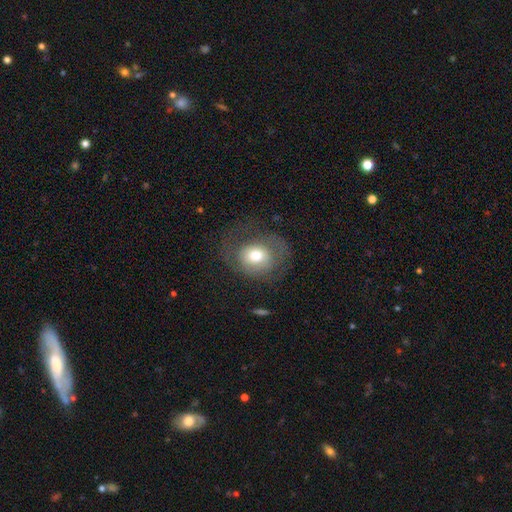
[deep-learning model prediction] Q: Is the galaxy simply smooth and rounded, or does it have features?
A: smooth — 61%.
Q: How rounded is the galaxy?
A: round — 58%.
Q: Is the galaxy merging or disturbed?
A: none — 52%.